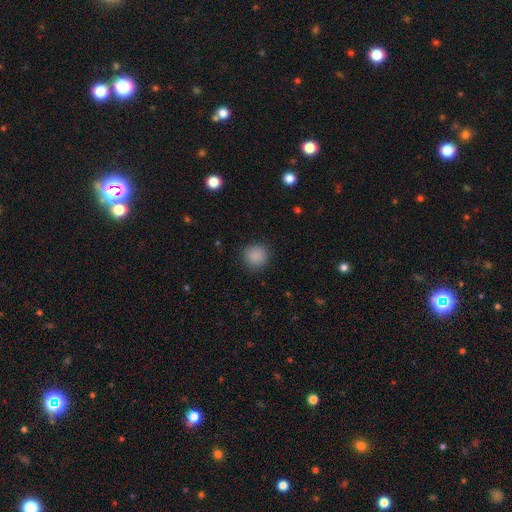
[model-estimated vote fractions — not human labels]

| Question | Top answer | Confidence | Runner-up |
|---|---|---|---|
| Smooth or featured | smooth | 88% | star or artifact (10%) |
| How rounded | round | 92% | in between (7%) |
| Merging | none | 90% | minor disturbance (7%) |